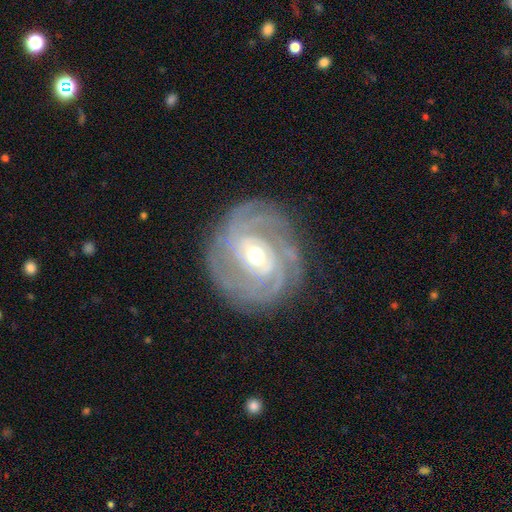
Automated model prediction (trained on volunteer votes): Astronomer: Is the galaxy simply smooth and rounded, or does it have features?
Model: featured or disk — 88%.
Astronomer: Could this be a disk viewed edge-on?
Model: no — 97%.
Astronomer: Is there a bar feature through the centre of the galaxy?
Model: no — 44% (runner-up: weak, 39%).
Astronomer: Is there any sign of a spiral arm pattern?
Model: yes — 96%.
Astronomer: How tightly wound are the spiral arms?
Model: tight — 77%.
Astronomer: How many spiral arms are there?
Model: can't tell — 26% (runner-up: 3, 25%).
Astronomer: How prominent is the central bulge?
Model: moderate — 69%.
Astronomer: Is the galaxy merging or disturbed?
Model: none — 81%.